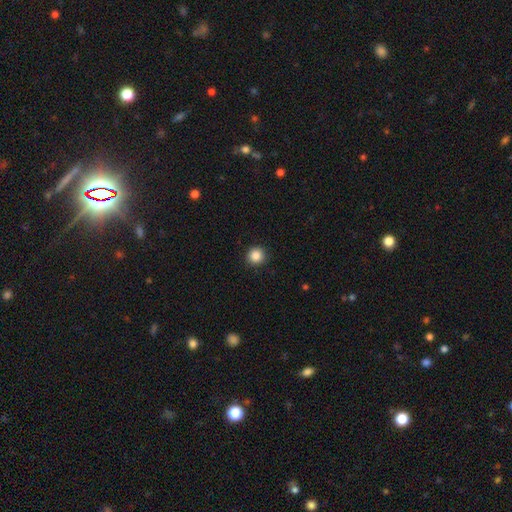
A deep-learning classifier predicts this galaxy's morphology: Overall: smooth (87%). How rounded: round (94%). Merging: none (92%).